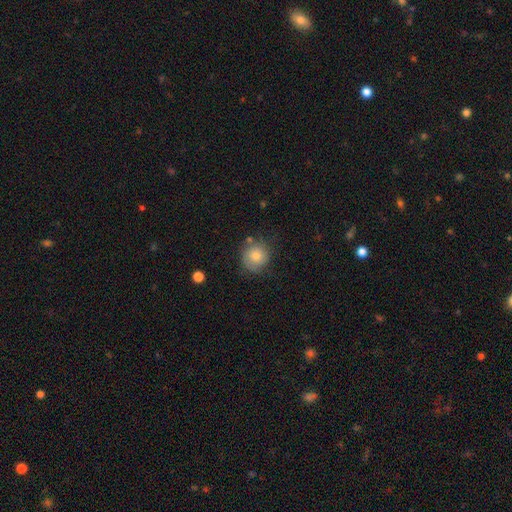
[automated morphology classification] Overall: smooth (73%). How rounded: round (89%). Merging: none (72%).